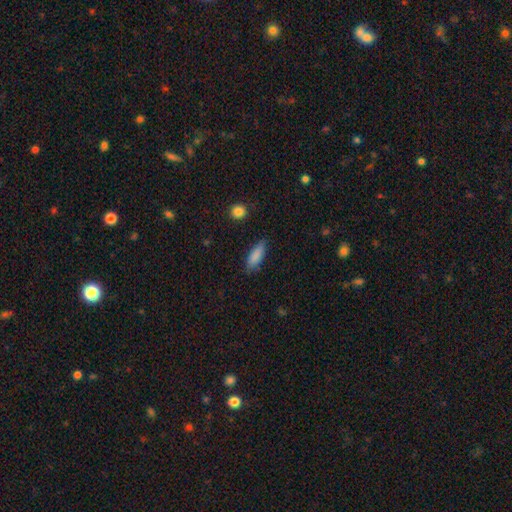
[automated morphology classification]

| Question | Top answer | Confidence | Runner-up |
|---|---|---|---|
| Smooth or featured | smooth | 86% | featured or disk (7%) |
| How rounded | in between | 61% | cigar-shaped (37%) |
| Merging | none | 80% | minor disturbance (16%) |